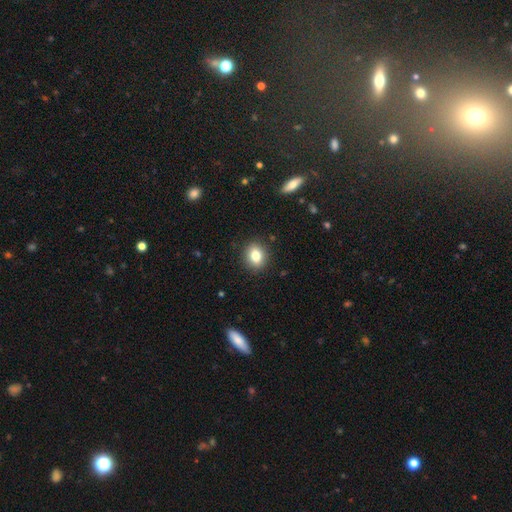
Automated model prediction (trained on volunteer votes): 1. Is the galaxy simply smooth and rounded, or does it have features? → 81% smooth, 10% star or artifact, 9% featured or disk.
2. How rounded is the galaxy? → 53% in between, 45% round, 1% cigar-shaped.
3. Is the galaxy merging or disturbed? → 89% none, 7% minor disturbance, 2% major disturbance, 1% merger.